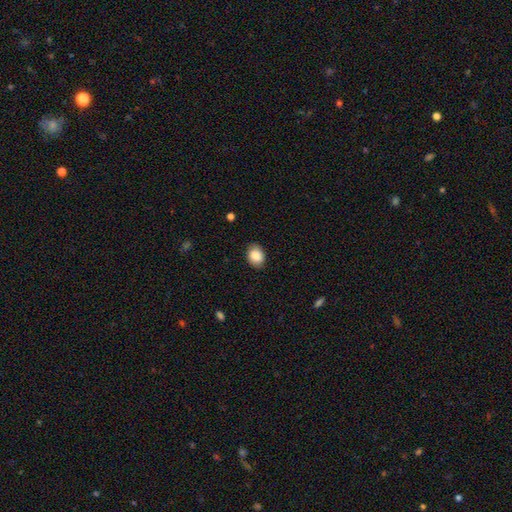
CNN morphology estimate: A smooth galaxy with no disk features (87%) that is in between round and cigar-shaped (63%).

Vote fractions:
- Smooth or featured? smooth: 87% / star or artifact: 7% / featured or disk: 6%
- How rounded? in between: 63% / round: 36% / cigar-shaped: 1%
- Merging? none: 86% / minor disturbance: 11% / major disturbance: 2% / merger: 1%